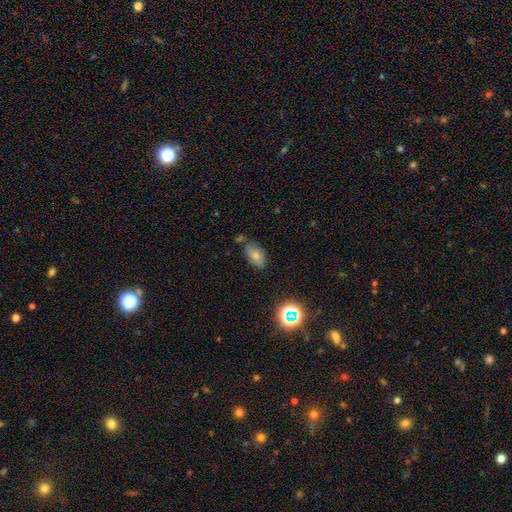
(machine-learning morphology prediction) smooth-or-featured: smooth: 70% | featured or disk: 16% | star or artifact: 14%
  how-rounded: in between: 90% | round: 7% | cigar-shaped: 3%
  merging: none: 65% | minor disturbance: 23% | merger: 8% | major disturbance: 5%